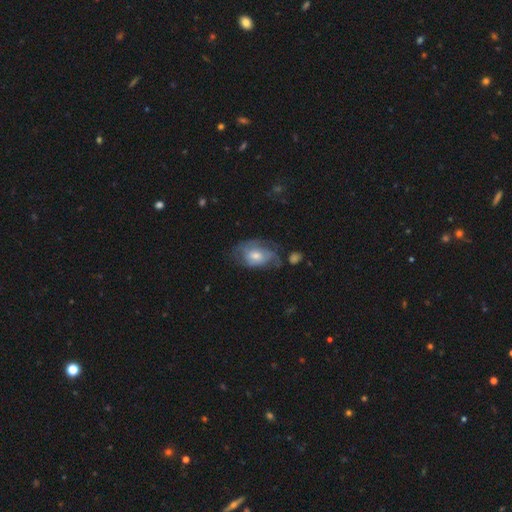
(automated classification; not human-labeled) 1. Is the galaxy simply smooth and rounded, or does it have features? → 58% featured or disk, 33% smooth, 8% star or artifact.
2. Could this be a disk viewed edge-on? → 95% no, 5% yes.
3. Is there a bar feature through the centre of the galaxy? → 72% no, 24% weak, 4% strong.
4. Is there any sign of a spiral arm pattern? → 73% yes, 27% no.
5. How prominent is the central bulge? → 60% moderate, 27% small, 9% large, 2% none, 1% dominant.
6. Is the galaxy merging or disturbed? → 48% none, 28% minor disturbance, 19% major disturbance, 4% merger.